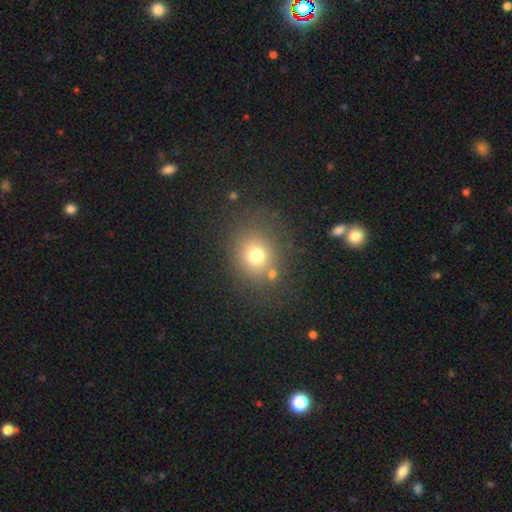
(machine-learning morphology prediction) Smooth or featured? Predicted: smooth (p=0.72). How rounded? Predicted: round (p=0.71). Merging? Predicted: none (p=0.74).